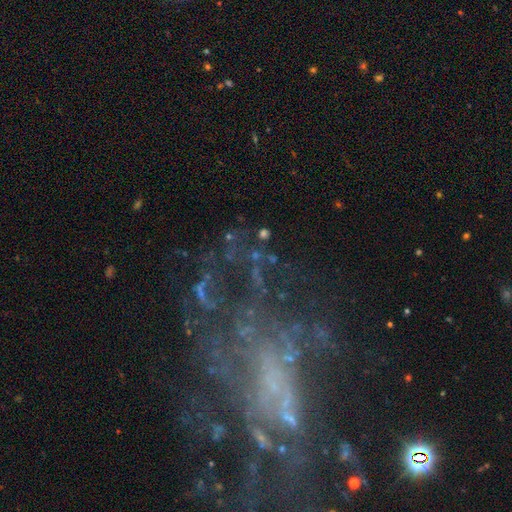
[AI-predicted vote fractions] This appears to be a featured or disk galaxy (45%). Merging: none (58%).